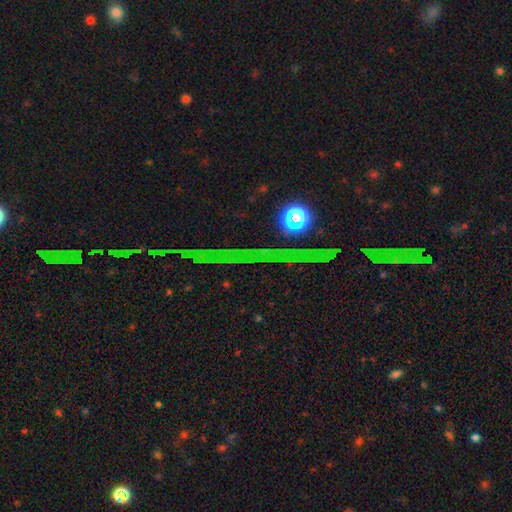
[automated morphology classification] Smooth or featured? star or artifact (77%)